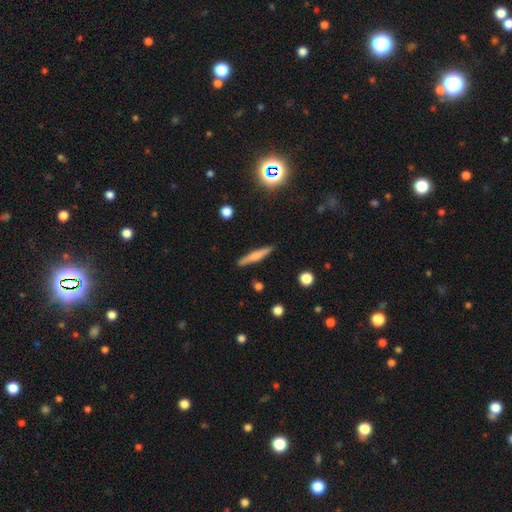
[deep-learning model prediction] This is possibly a smooth galaxy (54%). How rounded: clearly cigar-shaped (90%). Merging: clearly none (89%).